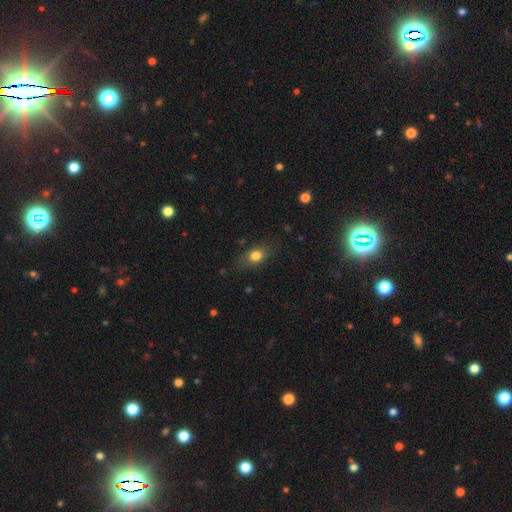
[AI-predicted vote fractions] smooth-or-featured: smooth: 77% | featured or disk: 13% | star or artifact: 10%
  how-rounded: in between: 68% | round: 27% | cigar-shaped: 5%
  merging: none: 77% | minor disturbance: 16% | major disturbance: 5% | merger: 1%